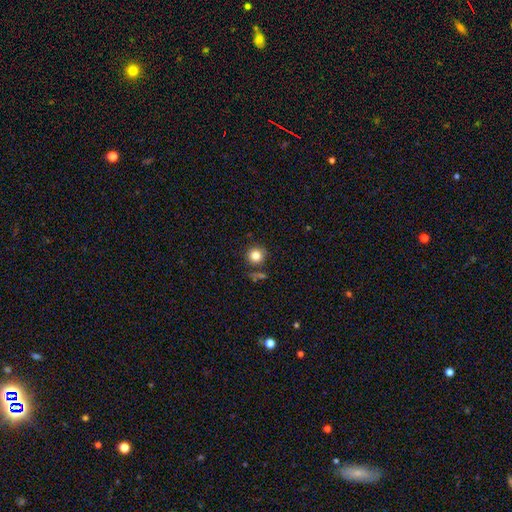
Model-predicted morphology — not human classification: Smooth or featured? Predicted: smooth (p=0.82). How rounded? Predicted: round (p=0.93). Merging? Predicted: none (p=0.80).